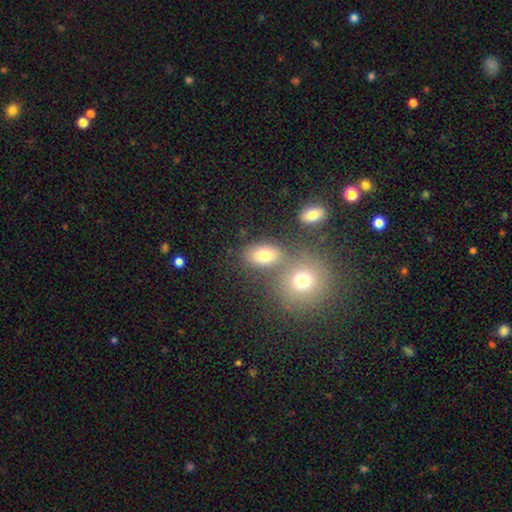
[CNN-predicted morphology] This appears to be a smooth galaxy with no disk features (74%) that is in between round and cigar-shaped (74%). Merging: none (59%).